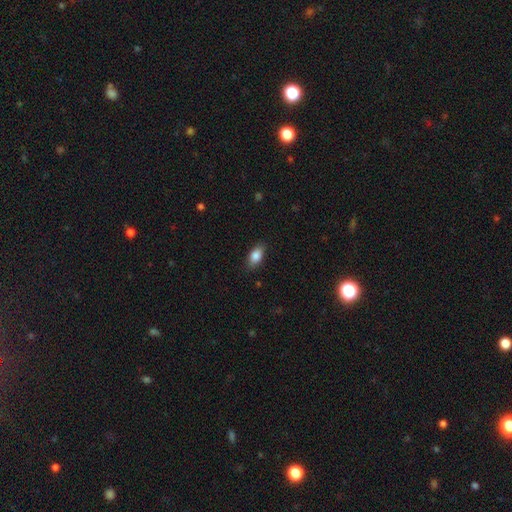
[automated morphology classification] This is clearly a smooth galaxy (85%). How rounded: clearly in between (89%). Merging: clearly none (84%).